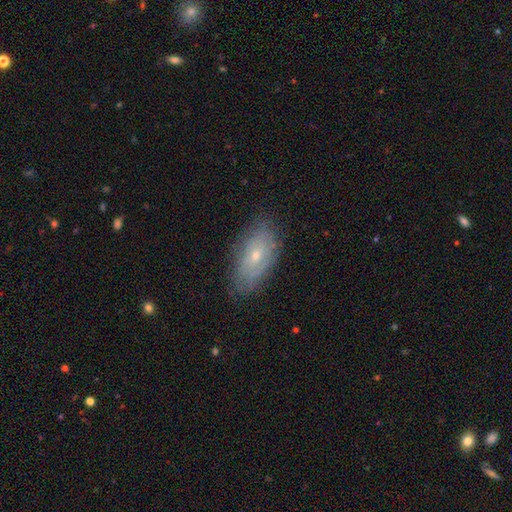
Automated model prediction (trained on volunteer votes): Smooth or featured? featured or disk (52%)
Edge-on disk? no (88%)
Merging? none (75%)